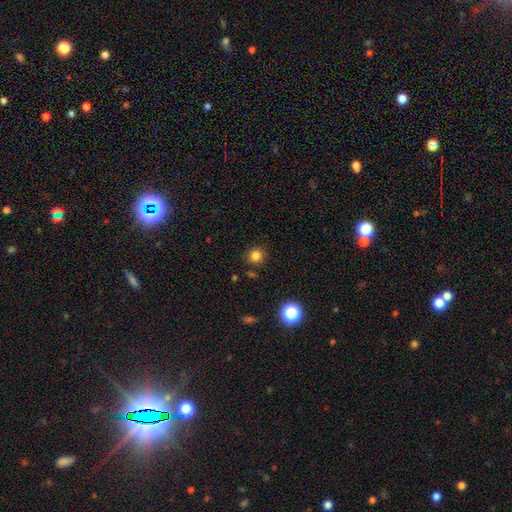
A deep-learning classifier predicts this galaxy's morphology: Smooth or featured? Predicted: smooth (p=0.82). How rounded? Predicted: round (p=0.90). Merging? Predicted: none (p=0.87).